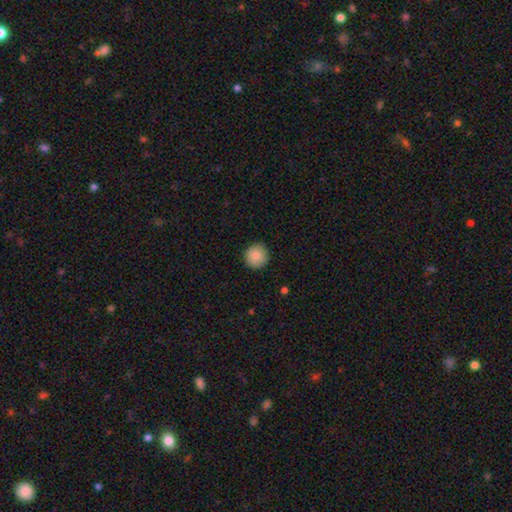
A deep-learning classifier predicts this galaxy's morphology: type=smooth (87%); roundness=round (95%); merging=none (92%).